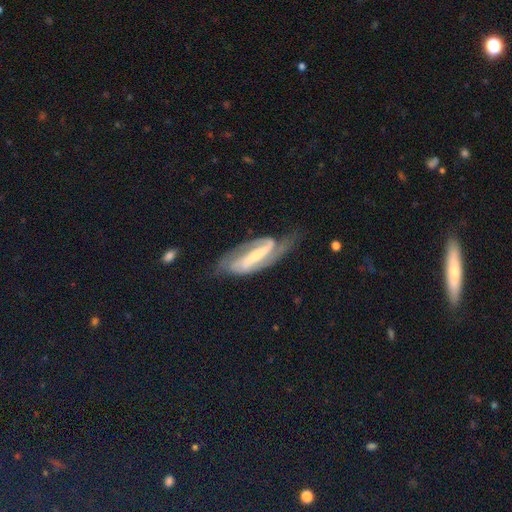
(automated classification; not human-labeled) Overall: featured or disk (87%). Edge-on disk: no (93%). Bar: strong (64%; weak 25%). Spiral arms: yes (96%). Spiral arm count: 2 (88%). Spiral winding: medium (48%; tight 32%). Bulge size: small (49%; moderate 30%). Merging: none (65%).